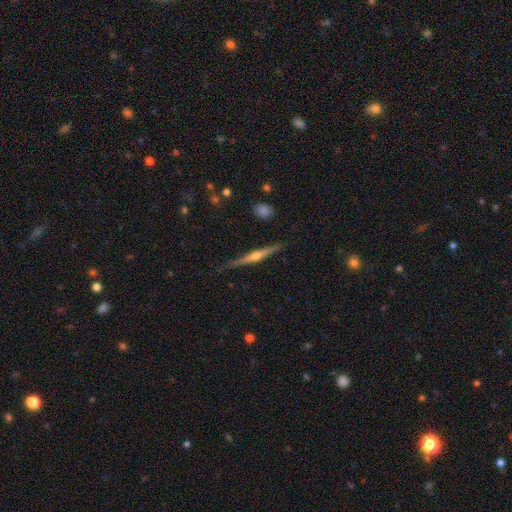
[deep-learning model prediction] Overall: featured or disk (78%). Edge-on disk: yes (98%). Edge-on bulge: rounded (89%). Merging: none (87%).